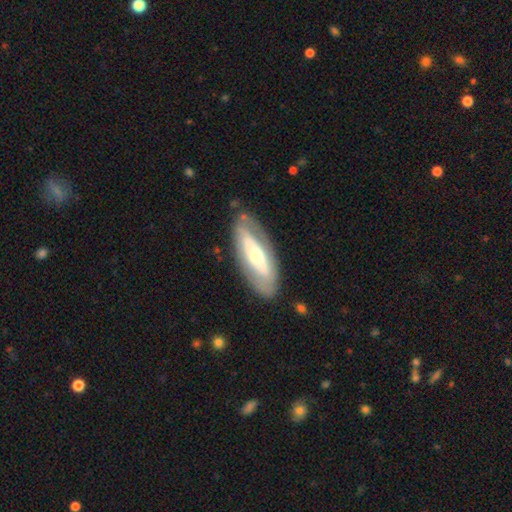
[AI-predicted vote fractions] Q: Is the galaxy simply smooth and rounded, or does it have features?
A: featured or disk — 59%.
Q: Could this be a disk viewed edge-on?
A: no — 77%.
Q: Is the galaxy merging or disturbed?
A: none — 79%.